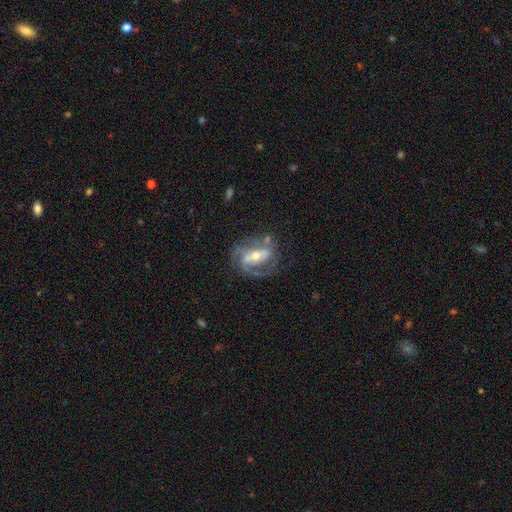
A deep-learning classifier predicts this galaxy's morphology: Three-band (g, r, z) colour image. It shows a featured or disk galaxy (82%) with a strong bar (44%), 2 (60%) medium (46%) spiral arms (88%) and a moderate central bulge (57%). Merging: none (58%).